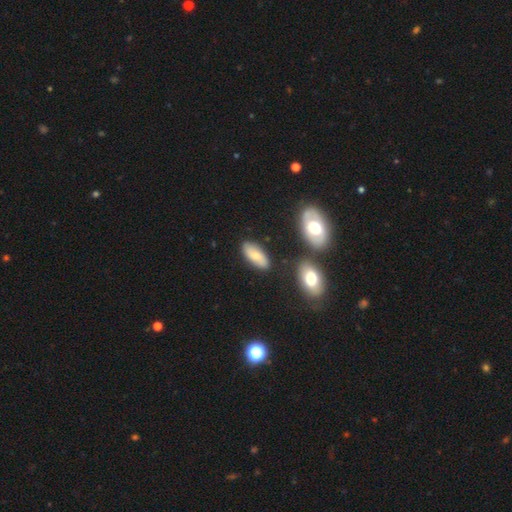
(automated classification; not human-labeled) Morphology: type=smooth (67%); roundness=in between (86%); merging=none (82%).